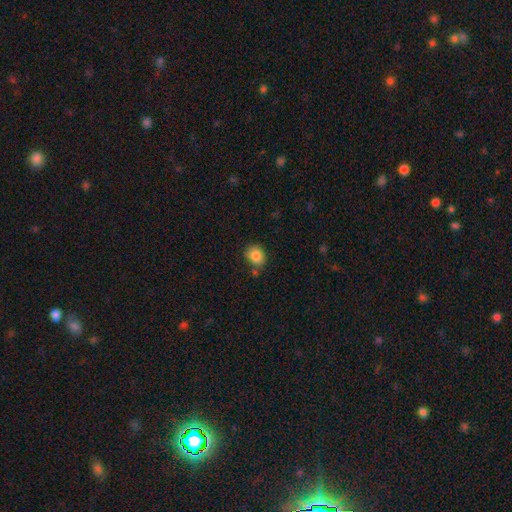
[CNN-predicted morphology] Overall: smooth (85%). How rounded: round (59%; in between 40%). Merging: none (72%).